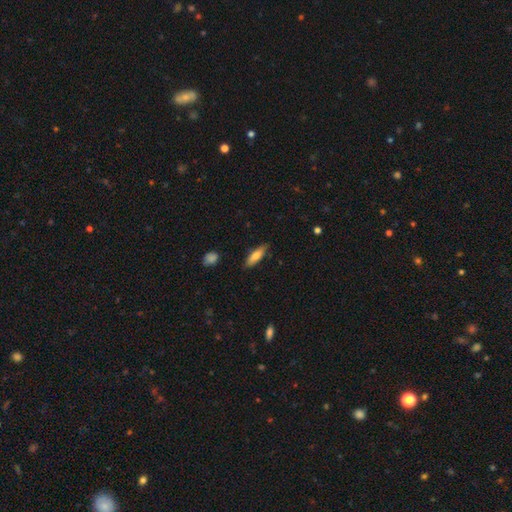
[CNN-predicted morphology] This appears to be a smooth galaxy with no disk features (69%) that is cigar-shaped (58%). Merging: none (85%).